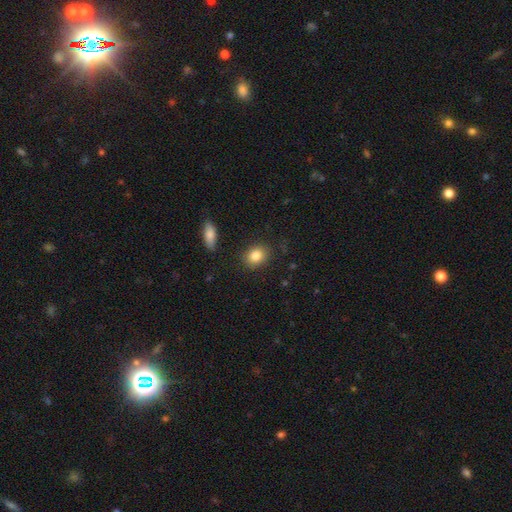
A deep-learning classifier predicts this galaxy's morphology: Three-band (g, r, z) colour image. It shows a smooth galaxy with no disk features (85%) that is in between round and cigar-shaped (55%). Merging: none (86%).